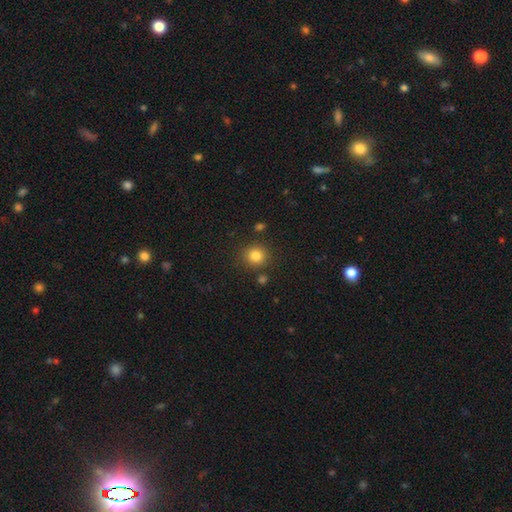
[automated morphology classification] Overall: smooth (83%). How rounded: round (89%). Merging: none (85%).